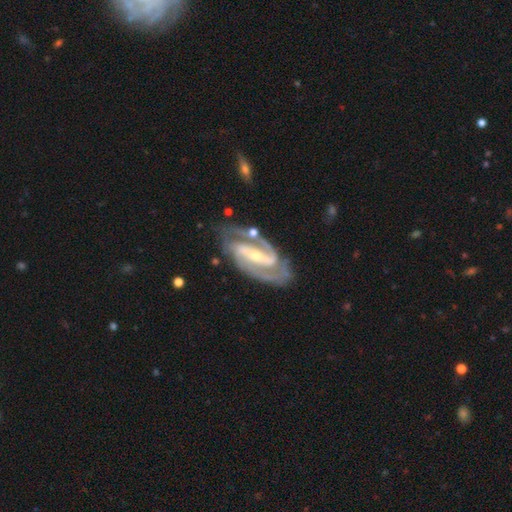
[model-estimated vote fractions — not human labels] This is clearly a featured or disk galaxy (92%). It is clearly not viewed edge-on (96%). Bar: likely strong (65%). Spiral arm pattern: clearly yes (98%). Spiral arm count: clearly 2 (89%). Spiral winding: possibly medium (51%). Central bulge: likely small (60%). Merging: likely none (74%).